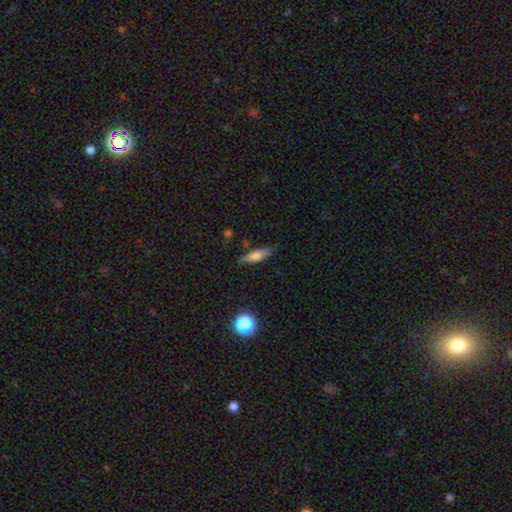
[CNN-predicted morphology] smooth-or-featured: smooth: 63% | featured or disk: 29% | star or artifact: 8%
  how-rounded: cigar-shaped: 60% | in between: 37% | round: 3%
  merging: none: 80% | minor disturbance: 14% | major disturbance: 3% | merger: 3%